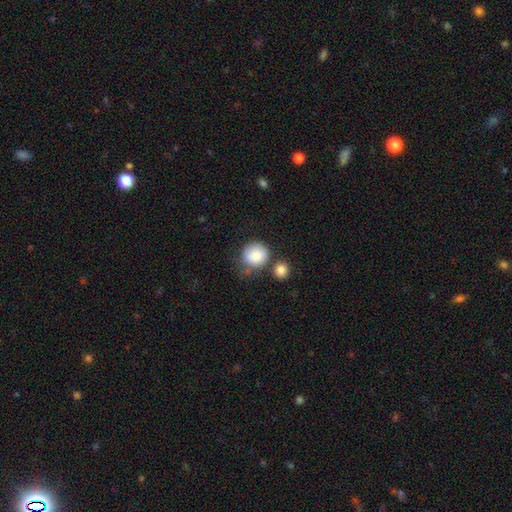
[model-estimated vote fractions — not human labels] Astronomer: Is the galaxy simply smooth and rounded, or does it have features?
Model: smooth — 85%.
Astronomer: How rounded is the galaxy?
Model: round — 89%.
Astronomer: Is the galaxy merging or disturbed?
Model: none — 58%.